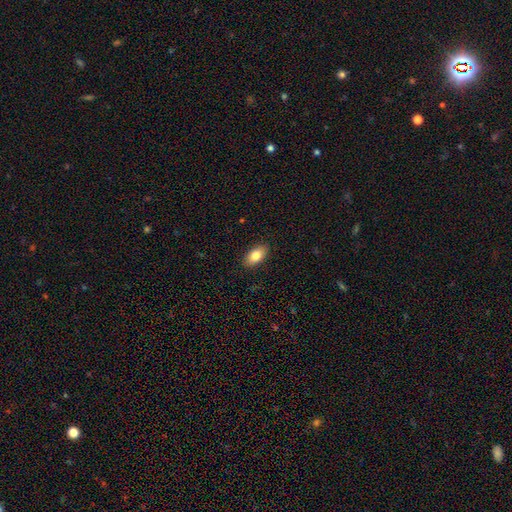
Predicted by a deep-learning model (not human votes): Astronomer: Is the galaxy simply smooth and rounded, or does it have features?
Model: smooth — 83%.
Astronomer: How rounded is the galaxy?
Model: in between — 93%.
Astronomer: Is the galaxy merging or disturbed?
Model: none — 89%.